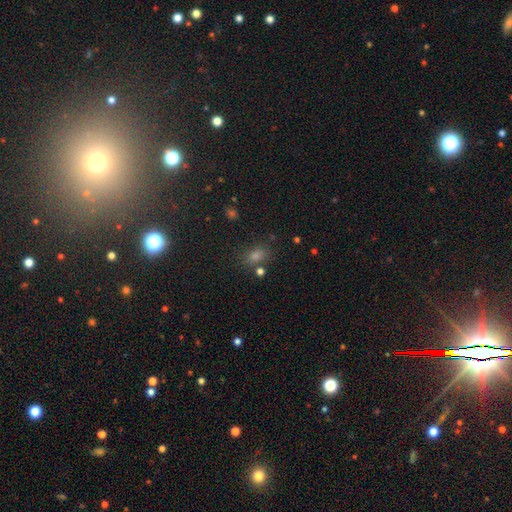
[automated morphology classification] smooth 58%, star or artifact 34%, featured or disk 8%. Down the decision tree: how rounded — in between (68%); merging — none (77%).